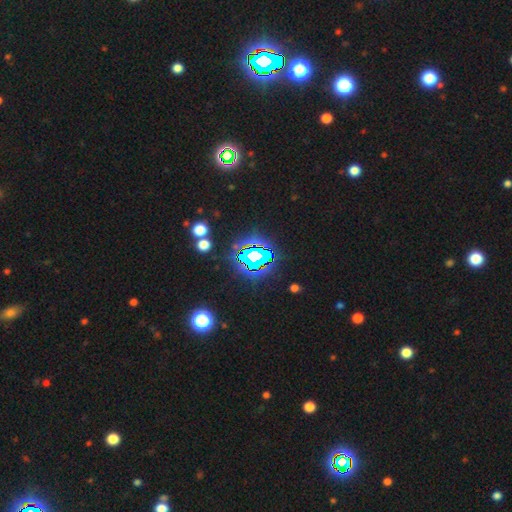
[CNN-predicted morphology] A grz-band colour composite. It shows a star or artifact, not a galaxy (71%).